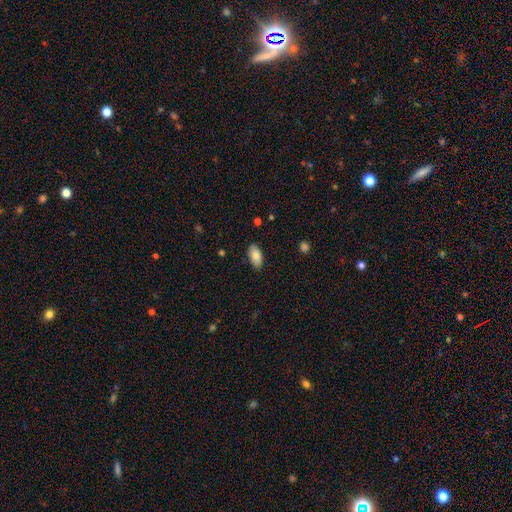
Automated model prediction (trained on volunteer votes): Smooth or featured: smooth — 84% (featured or disk — 9%)
How rounded: in between — 94% (cigar-shaped — 3%)
Merging: none — 85% (minor disturbance — 12%)